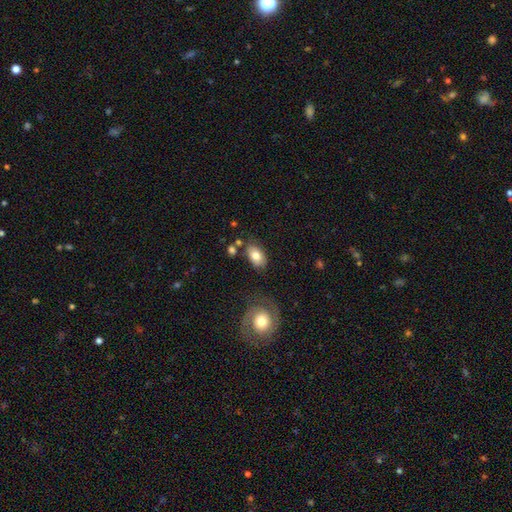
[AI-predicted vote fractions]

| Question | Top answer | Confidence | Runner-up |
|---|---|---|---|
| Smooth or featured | smooth | 77% | featured or disk (16%) |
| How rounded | in between | 89% | round (9%) |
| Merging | none | 73% | minor disturbance (15%) |